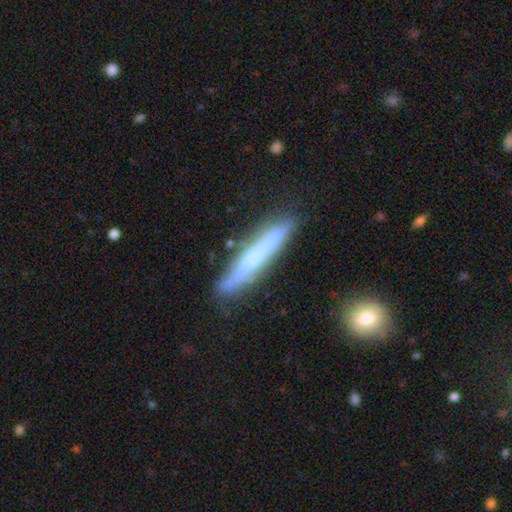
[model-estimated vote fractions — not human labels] smooth_or_featured: smooth (p=0.47) [alt: featured or disk p=0.46]
merging: none (p=0.82) [alt: minor disturbance p=0.13]